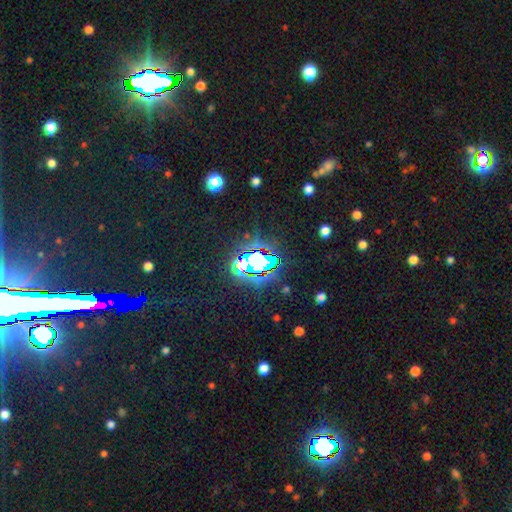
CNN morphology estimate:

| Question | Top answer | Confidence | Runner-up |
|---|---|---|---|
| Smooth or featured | star or artifact | 75% | smooth (15%) |